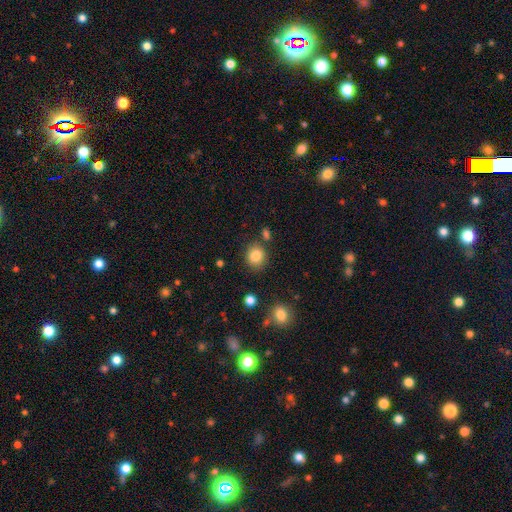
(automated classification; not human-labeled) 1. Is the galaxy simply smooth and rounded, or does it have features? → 84% smooth, 10% star or artifact, 6% featured or disk.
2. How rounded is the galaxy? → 80% round, 19% in between, 1% cigar-shaped.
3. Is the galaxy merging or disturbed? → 82% none, 10% minor disturbance, 5% merger, 3% major disturbance.